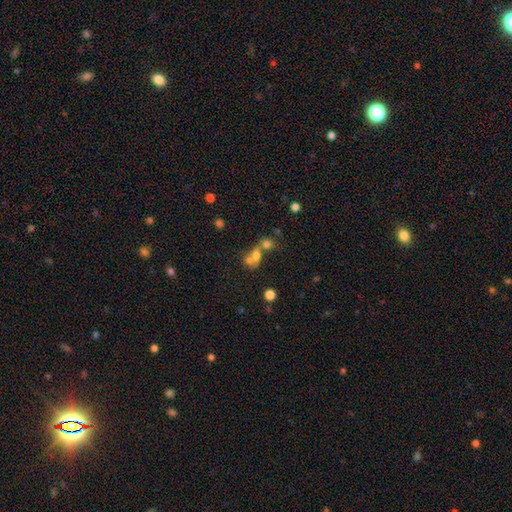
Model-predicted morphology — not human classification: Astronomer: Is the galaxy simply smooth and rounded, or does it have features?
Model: smooth — 61%.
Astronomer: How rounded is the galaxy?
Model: round — 59% (runner-up: in between, 39%).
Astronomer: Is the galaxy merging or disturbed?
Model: merger — 61%.